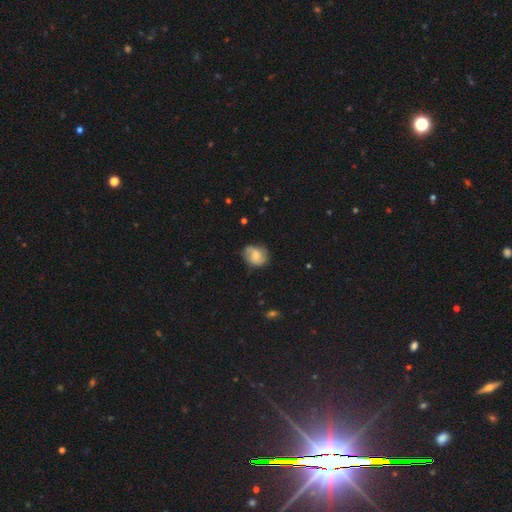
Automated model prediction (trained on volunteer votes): Overall: smooth (51%; featured or disk 41%). How rounded: round (58%; in between 41%). Merging: none (63%; minor disturbance 27%).